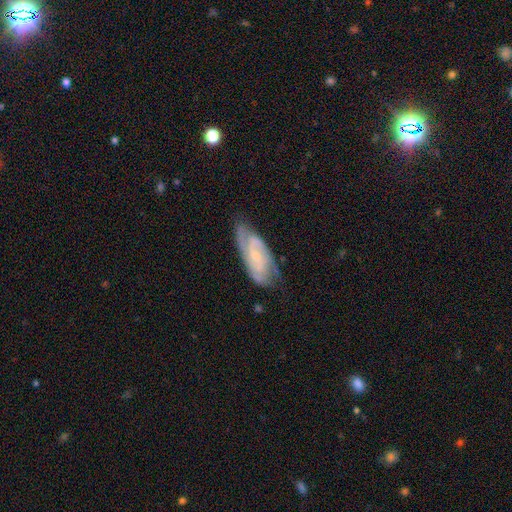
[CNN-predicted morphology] Smooth or featured: featured or disk — 79% (smooth — 15%)
Edge-on disk: no — 92% (yes — 8%)
Bar: no — 50% (weak — 40%)
Spiral arms: yes — 94% (no — 6%)
Spiral winding: tight — 48% (medium — 41%)
Spiral arm count: 2 — 60% (can't tell — 21%)
Bulge size: small — 67% (moderate — 21%)
Merging: none — 66% (minor disturbance — 24%)